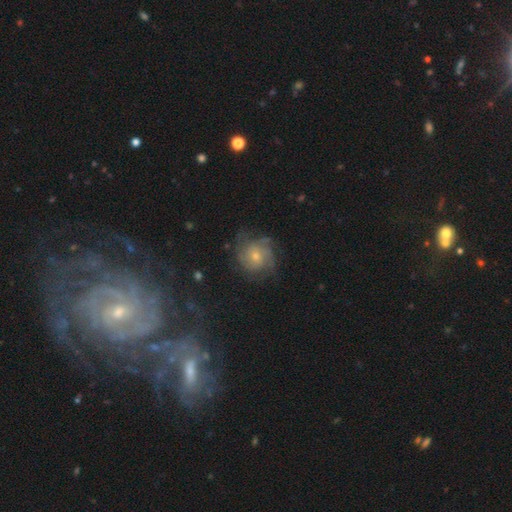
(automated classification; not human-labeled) Q: Smooth or featured?
A: featured or disk (68%); runner-up: smooth (23%)
Q: Edge-on disk?
A: no (98%); runner-up: yes (2%)
Q: Bar?
A: no (76%); runner-up: weak (21%)
Q: Spiral arms?
A: yes (90%); runner-up: no (10%)
Q: Spiral winding?
A: tight (45%); runner-up: medium (39%)
Q: Spiral arm count?
A: can't tell (32%); runner-up: 3 (24%)
Q: Bulge size?
A: small (56%); runner-up: moderate (38%)
Q: Merging?
A: none (65%); runner-up: minor disturbance (20%)